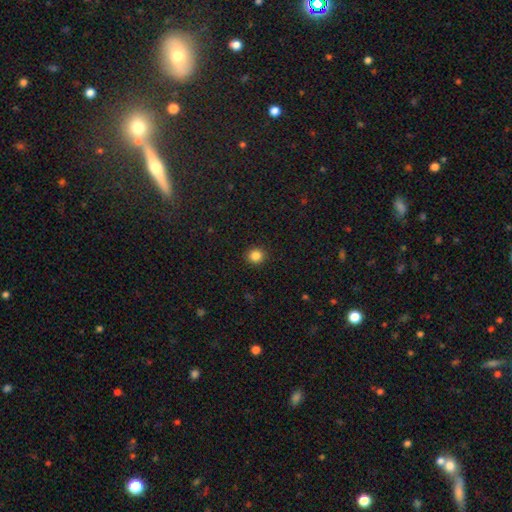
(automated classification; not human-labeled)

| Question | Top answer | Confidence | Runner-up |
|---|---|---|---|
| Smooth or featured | smooth | 85% | star or artifact (11%) |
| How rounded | round | 91% | in between (8%) |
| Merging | none | 92% | minor disturbance (5%) |